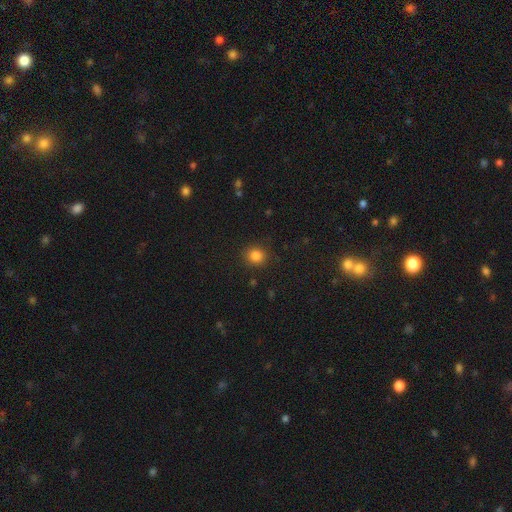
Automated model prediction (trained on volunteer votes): Overall: smooth (83%). How rounded: round (86%). Merging: none (89%).